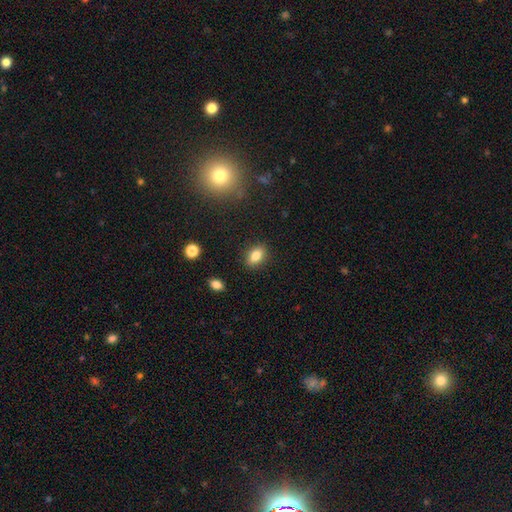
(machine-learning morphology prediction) This is clearly a smooth galaxy (81%). How rounded: clearly in between (81%). Merging: clearly none (87%).